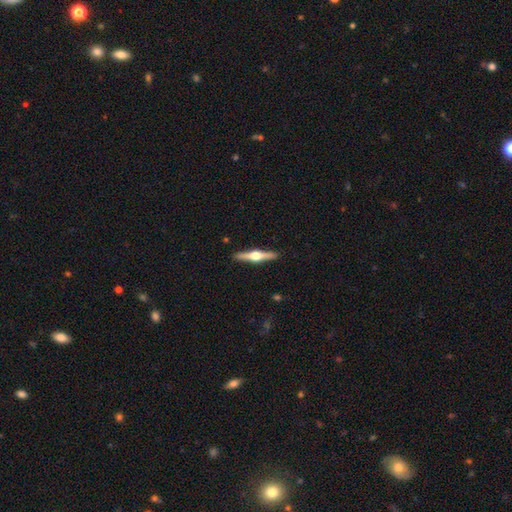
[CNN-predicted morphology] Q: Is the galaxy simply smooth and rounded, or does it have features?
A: featured or disk — 77%.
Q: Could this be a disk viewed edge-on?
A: yes — 98%.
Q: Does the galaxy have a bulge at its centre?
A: rounded — 96%.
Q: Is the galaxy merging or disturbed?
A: none — 92%.